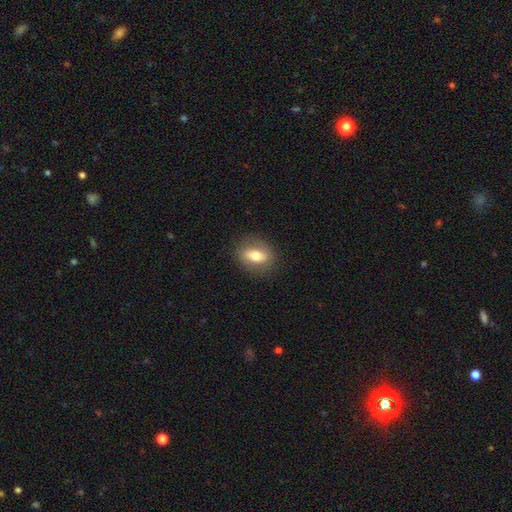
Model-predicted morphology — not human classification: smooth_or_featured: smooth (p=0.63) [alt: featured or disk p=0.30]
how_rounded: in between (p=0.74) [alt: round p=0.20]
merging: none (p=0.82) [alt: minor disturbance p=0.13]